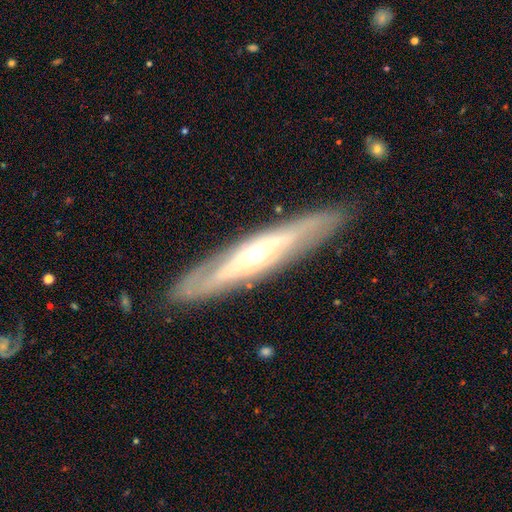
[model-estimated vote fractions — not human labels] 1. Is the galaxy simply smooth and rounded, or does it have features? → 73% featured or disk, 21% smooth, 6% star or artifact.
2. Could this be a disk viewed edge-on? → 55% yes, 45% no.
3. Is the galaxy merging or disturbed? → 86% none, 10% minor disturbance, 3% major disturbance, 1% merger.